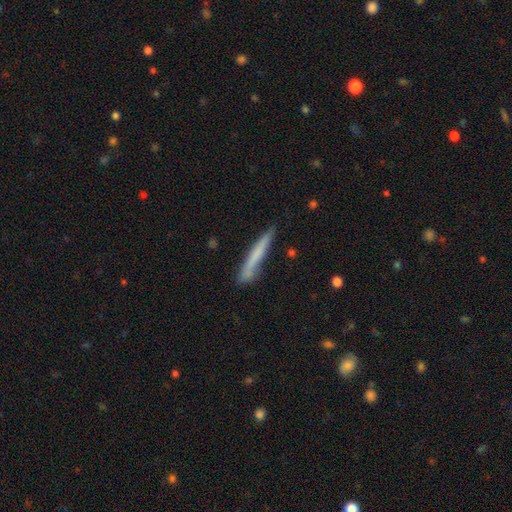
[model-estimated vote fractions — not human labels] Smooth or featured? Predicted: smooth (p=0.65). How rounded? Predicted: cigar-shaped (p=0.96). Merging? Predicted: none (p=0.78).